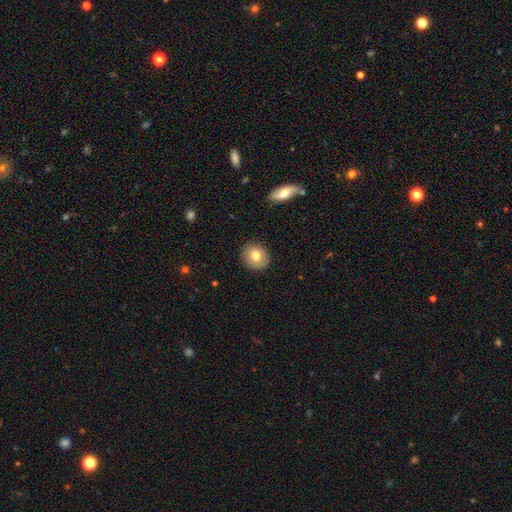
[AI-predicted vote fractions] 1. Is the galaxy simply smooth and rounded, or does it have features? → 77% smooth, 15% featured or disk, 8% star or artifact.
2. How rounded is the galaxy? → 77% round, 22% in between, 1% cigar-shaped.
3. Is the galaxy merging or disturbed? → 89% none, 8% minor disturbance, 2% major disturbance, 1% merger.